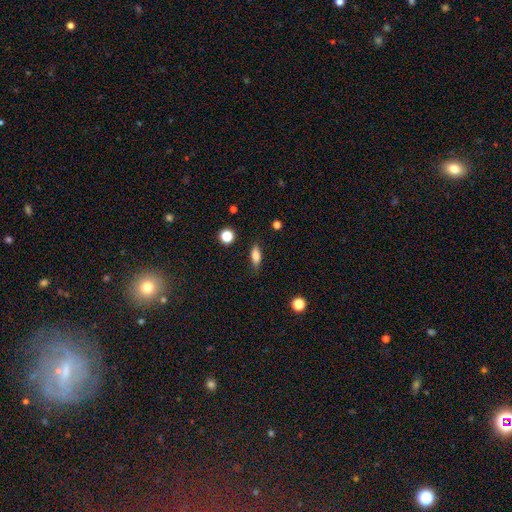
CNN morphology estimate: smooth_or_featured: smooth (p=0.78) [alt: featured or disk p=0.14]
how_rounded: in between (p=0.73) [alt: cigar-shaped p=0.22]
merging: none (p=0.80) [alt: minor disturbance p=0.15]